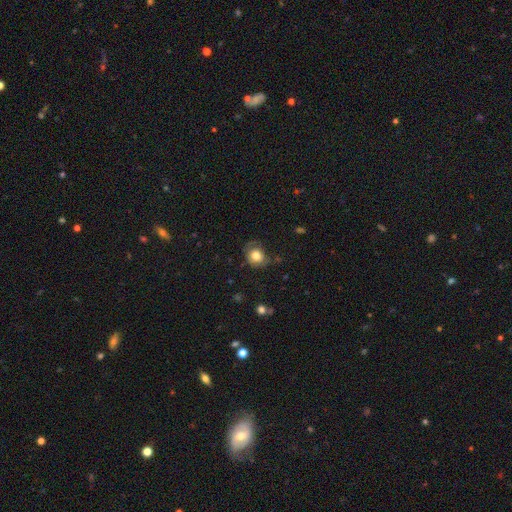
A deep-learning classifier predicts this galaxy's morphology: Smooth or featured? Predicted: smooth (p=0.78). How rounded? Predicted: round (p=0.72). Merging? Predicted: none (p=0.57).